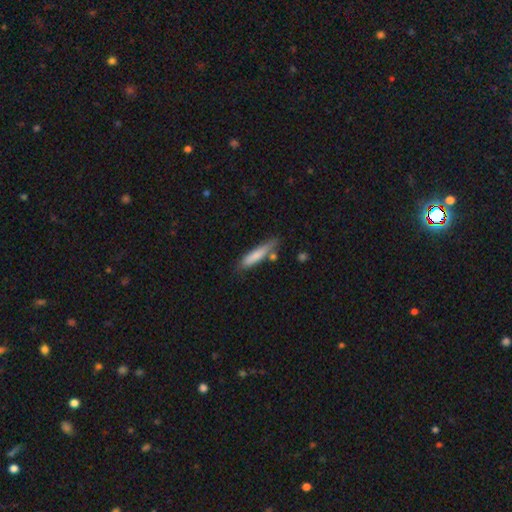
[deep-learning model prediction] The model was most divided on "merging": none: 64%, minor disturbance: 22%, merger: 9%, major disturbance: 5%. More confident: how rounded — cigar-shaped (82%); smooth or featured — smooth (77%).